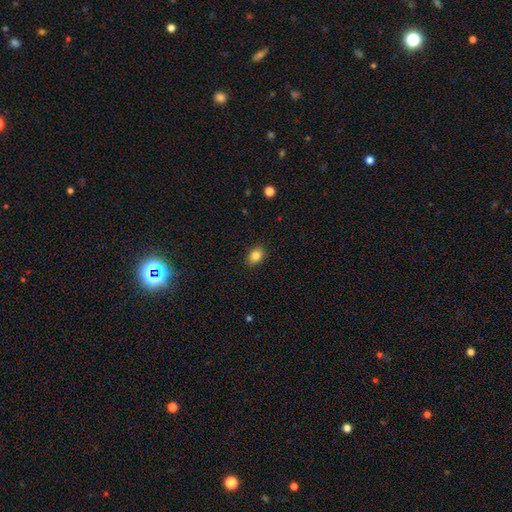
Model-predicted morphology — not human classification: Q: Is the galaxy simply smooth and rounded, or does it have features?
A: smooth — 84%.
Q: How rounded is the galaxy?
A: in between — 68%.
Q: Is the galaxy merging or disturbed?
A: none — 88%.